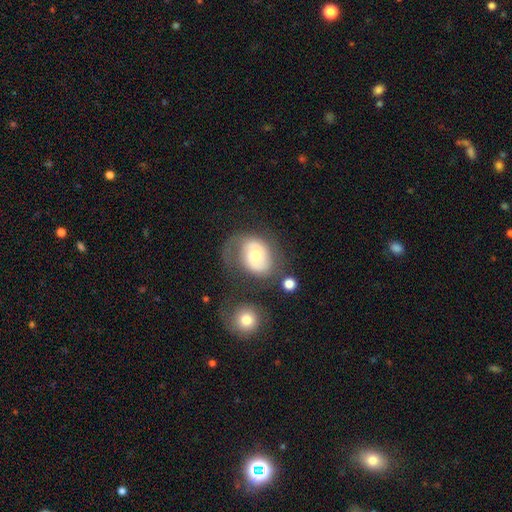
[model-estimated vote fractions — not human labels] Smooth or featured? Predicted: featured or disk (p=0.55). Edge-on disk? Predicted: no (p=0.96). Bar? Predicted: no (p=0.74). Spiral arms? Predicted: yes (p=0.68). Bulge size? Predicted: moderate (p=0.69). Merging? Predicted: none (p=0.45).